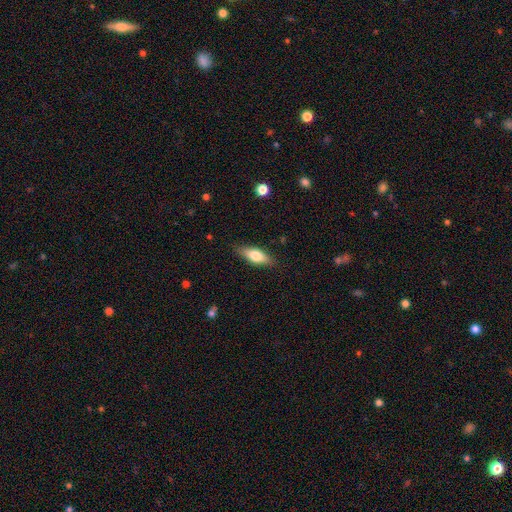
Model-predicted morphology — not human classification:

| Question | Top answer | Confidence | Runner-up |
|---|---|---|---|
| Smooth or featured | smooth | 69% | featured or disk (25%) |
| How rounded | in between | 67% | cigar-shaped (30%) |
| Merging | none | 85% | minor disturbance (11%) |